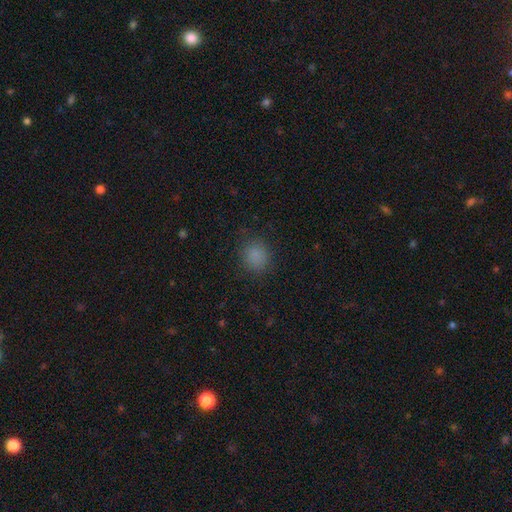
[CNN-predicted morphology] Smooth or featured?
  - smooth: 82% *
  - star or artifact: 13%
  - featured or disk: 4%
How rounded?
  - round: 82% *
  - in between: 17%
  - cigar-shaped: 1%
Merging?
  - none: 84% *
  - minor disturbance: 11%
  - major disturbance: 4%
  - merger: 1%